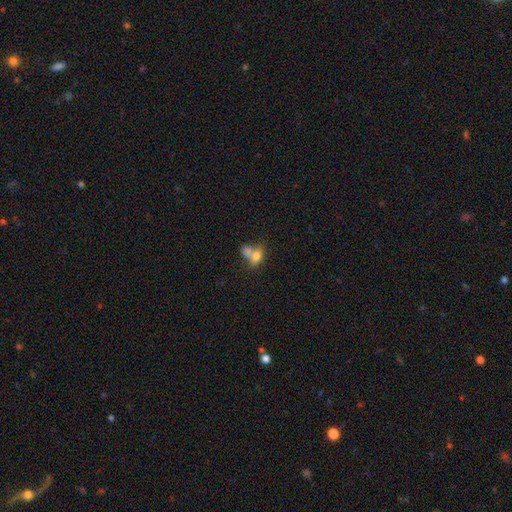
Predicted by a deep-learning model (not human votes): Q: Smooth or featured?
A: smooth (73%); runner-up: featured or disk (17%)
Q: How rounded?
A: in between (75%); runner-up: round (21%)
Q: Merging?
A: merger (63%); runner-up: none (24%)